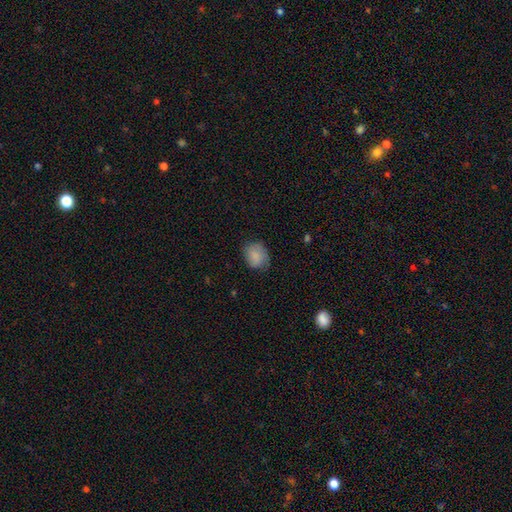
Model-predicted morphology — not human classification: Q: Smooth or featured?
A: smooth (84%); runner-up: featured or disk (9%)
Q: How rounded?
A: round (54%); runner-up: in between (45%)
Q: Merging?
A: none (69%); runner-up: minor disturbance (24%)